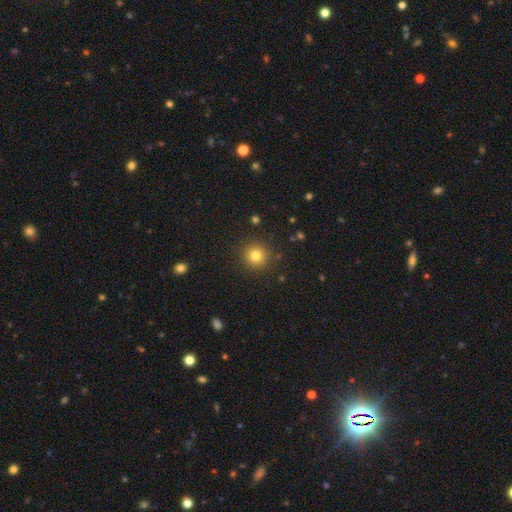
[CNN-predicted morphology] This appears to be a smooth galaxy with no disk features (80%) that is round (94%). Merging: none (90%).